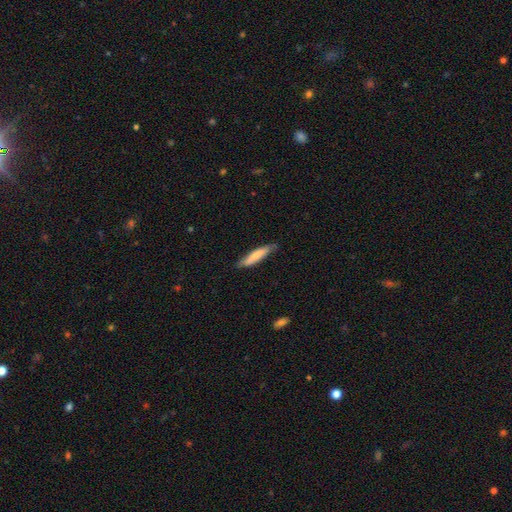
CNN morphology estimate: Q: Smooth or featured?
A: smooth (73%); runner-up: featured or disk (22%)
Q: How rounded?
A: cigar-shaped (86%); runner-up: in between (13%)
Q: Merging?
A: none (77%); runner-up: minor disturbance (19%)